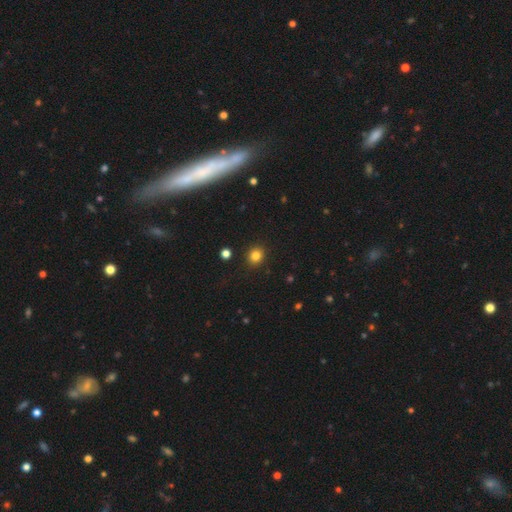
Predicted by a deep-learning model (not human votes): Smooth or featured: smooth — 82% (star or artifact — 13%)
How rounded: round — 81% (in between — 18%)
Merging: none — 90% (minor disturbance — 6%)